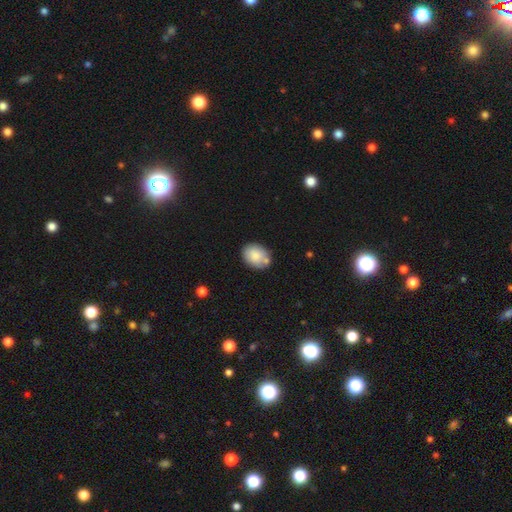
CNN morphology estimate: smooth 81%, featured or disk 12%, star or artifact 7%. Down the decision tree: how rounded — in between (61%); merging — none (68%).